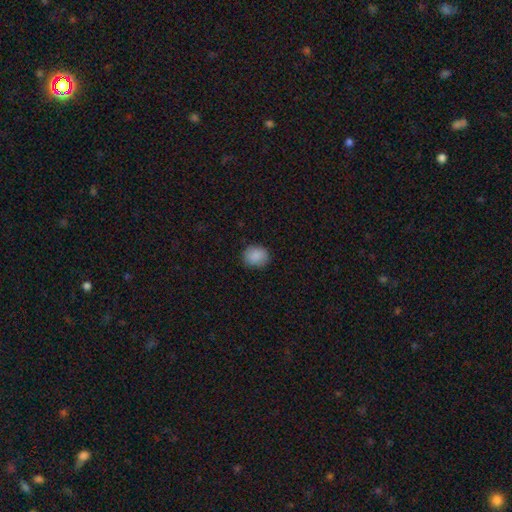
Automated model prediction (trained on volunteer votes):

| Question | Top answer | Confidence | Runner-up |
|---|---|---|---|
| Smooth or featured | smooth | 88% | star or artifact (8%) |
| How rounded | round | 70% | in between (29%) |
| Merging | none | 84% | minor disturbance (12%) |